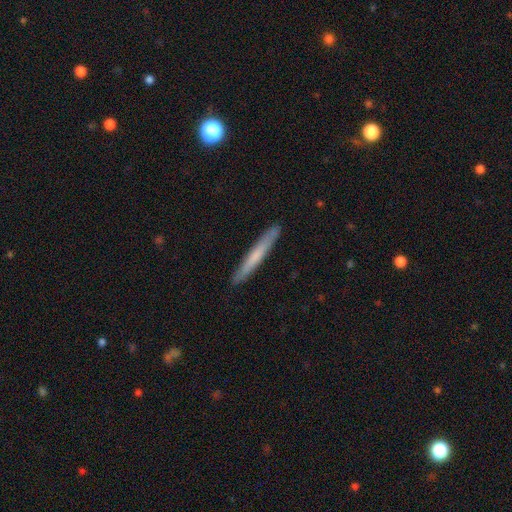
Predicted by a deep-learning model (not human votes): This is likely a smooth galaxy (61%). How rounded: clearly cigar-shaped (96%). Merging: clearly none (90%).